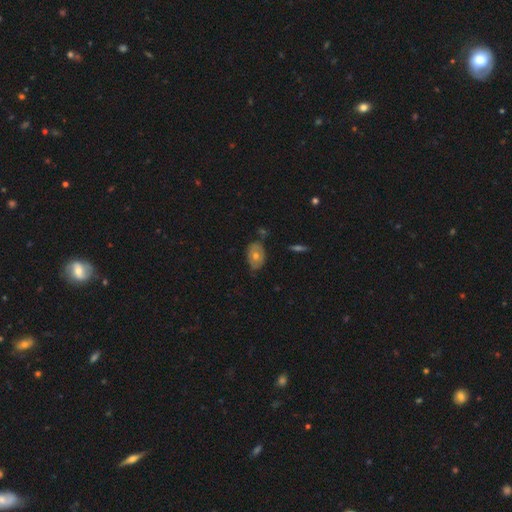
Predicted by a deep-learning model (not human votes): smooth_or_featured: smooth (p=0.46) [alt: featured or disk p=0.43]
merging: none (p=0.66) [alt: minor disturbance p=0.24]